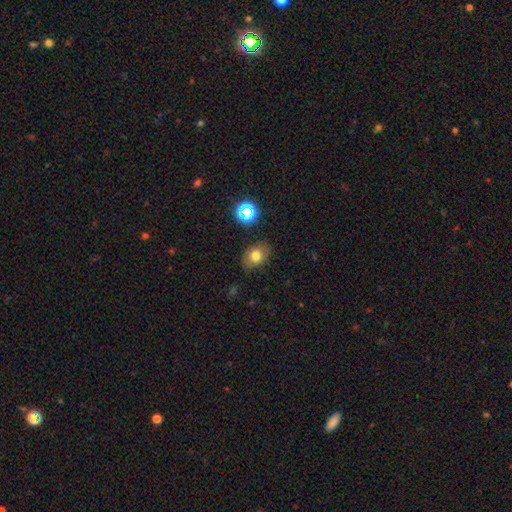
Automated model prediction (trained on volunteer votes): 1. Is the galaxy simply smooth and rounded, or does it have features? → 74% smooth, 14% star or artifact, 12% featured or disk.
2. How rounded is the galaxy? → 63% in between, 36% round, 1% cigar-shaped.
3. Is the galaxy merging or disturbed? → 82% none, 13% minor disturbance, 3% major disturbance, 2% merger.